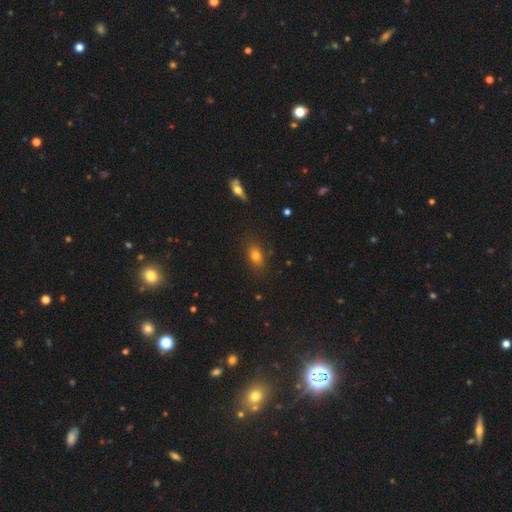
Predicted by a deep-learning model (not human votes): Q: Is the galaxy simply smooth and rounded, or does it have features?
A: smooth — 77%.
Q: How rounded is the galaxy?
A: in between — 74%.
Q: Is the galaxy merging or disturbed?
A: none — 83%.